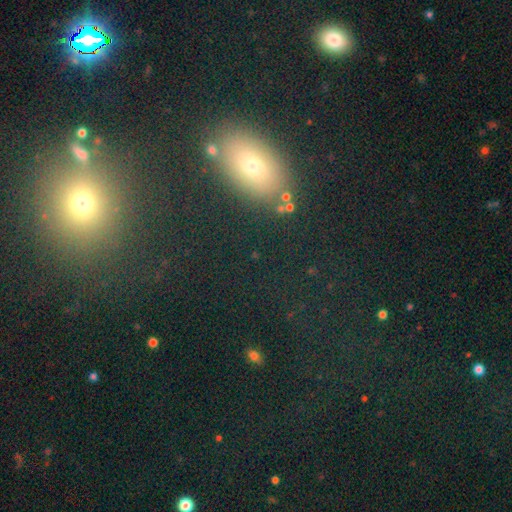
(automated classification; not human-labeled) smooth 51%, star or artifact 37%, featured or disk 12%. Down the decision tree: how rounded — in between (65%); merging — none (82%).